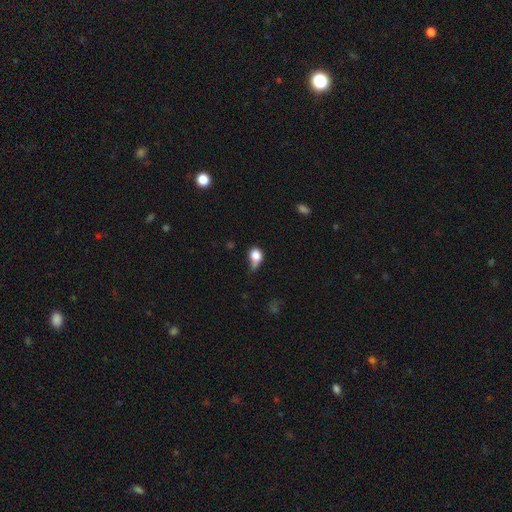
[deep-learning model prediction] Smooth or featured? smooth (77%)
How rounded? round (51%)
Merging? minor disturbance (36%)